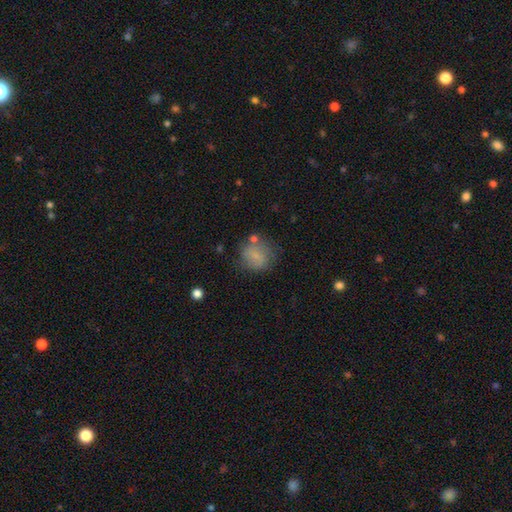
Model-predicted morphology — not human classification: A smooth galaxy with no disk features (72%) that is round (79%).

Vote fractions:
- Smooth or featured? smooth: 72% / featured or disk: 18% / star or artifact: 10%
- How rounded? round: 79% / in between: 20% / cigar-shaped: 1%
- Merging? none: 62% / minor disturbance: 21% / major disturbance: 9% / merger: 8%